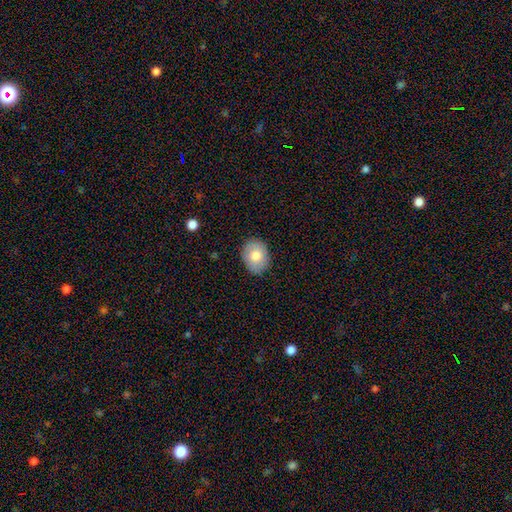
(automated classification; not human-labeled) smooth 77%, featured or disk 16%, star or artifact 7%. Down the decision tree: how rounded — in between (60%); merging — none (86%).